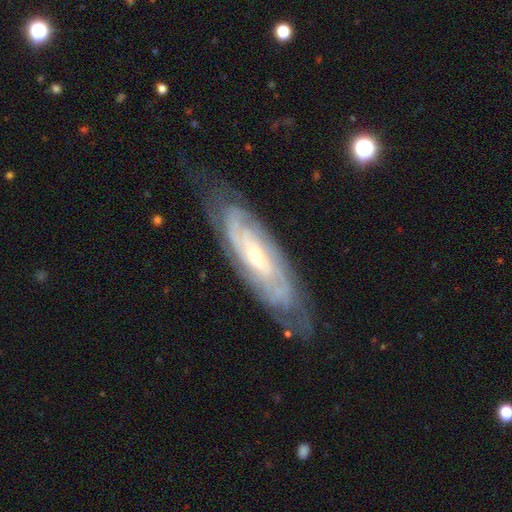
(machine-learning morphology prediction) This appears to be a featured or disk galaxy (84%) with no bar (55%), tight (72%) spiral arms (95%) and a small central bulge (61%). Merging: none (72%).